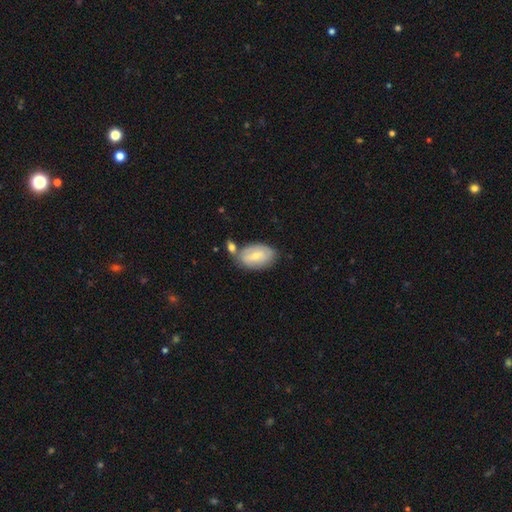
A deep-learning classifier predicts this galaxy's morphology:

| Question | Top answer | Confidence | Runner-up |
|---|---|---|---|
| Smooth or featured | smooth | 53% | featured or disk (41%) |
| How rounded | in between | 91% | round (7%) |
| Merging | none | 56% | merger (21%) |